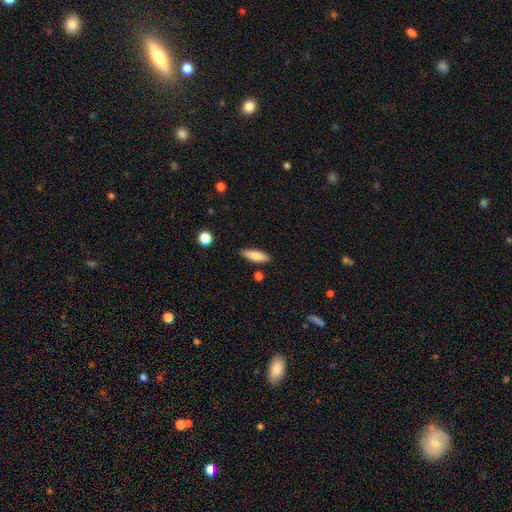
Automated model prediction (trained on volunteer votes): Smooth or featured?
  - smooth: 82% *
  - featured or disk: 11%
  - star or artifact: 7%
How rounded?
  - in between: 50% *
  - cigar-shaped: 48%
  - round: 2%
Merging?
  - none: 83% *
  - minor disturbance: 11%
  - merger: 3%
  - major disturbance: 2%